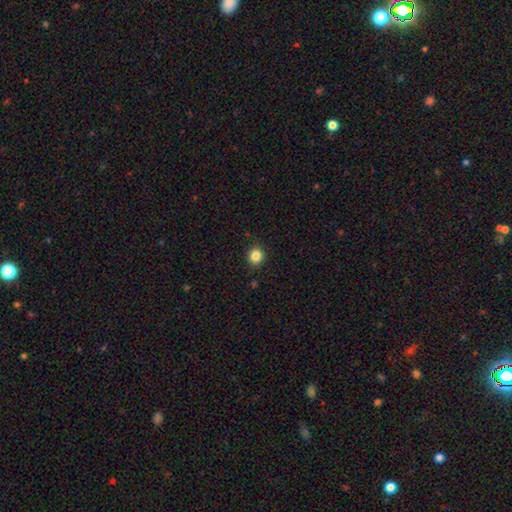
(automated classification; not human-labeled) smooth-or-featured: smooth: 85% | star or artifact: 11% | featured or disk: 4%
  how-rounded: round: 81% | in between: 18% | cigar-shaped: 1%
  merging: none: 90% | minor disturbance: 7% | major disturbance: 2% | merger: 1%